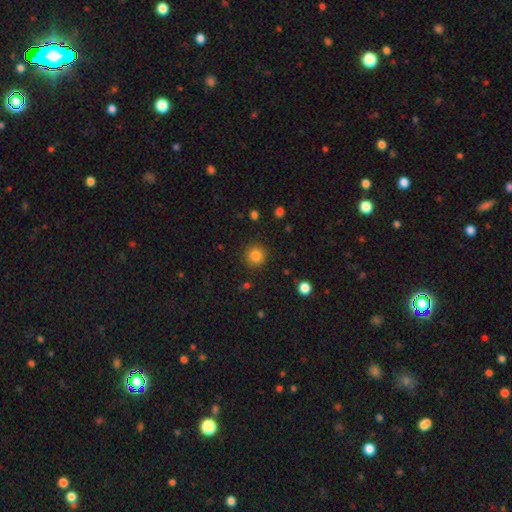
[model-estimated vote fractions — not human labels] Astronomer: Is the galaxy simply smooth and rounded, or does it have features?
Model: smooth — 84%.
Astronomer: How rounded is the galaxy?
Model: round — 93%.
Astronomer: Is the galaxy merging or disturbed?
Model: none — 90%.